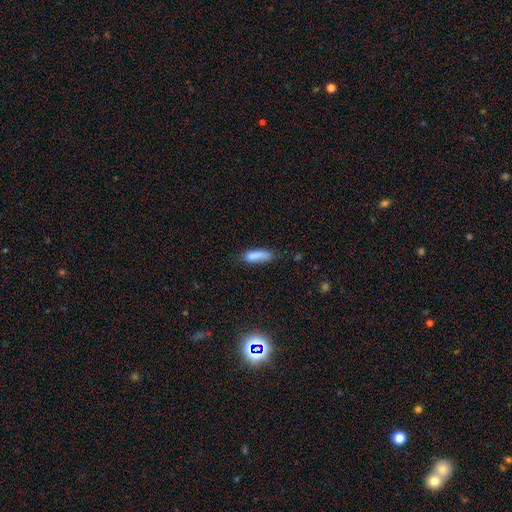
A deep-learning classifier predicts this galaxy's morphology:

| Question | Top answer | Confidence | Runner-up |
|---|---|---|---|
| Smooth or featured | smooth | 82% | featured or disk (10%) |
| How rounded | in between | 53% | cigar-shaped (45%) |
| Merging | none | 54% | minor disturbance (31%) |